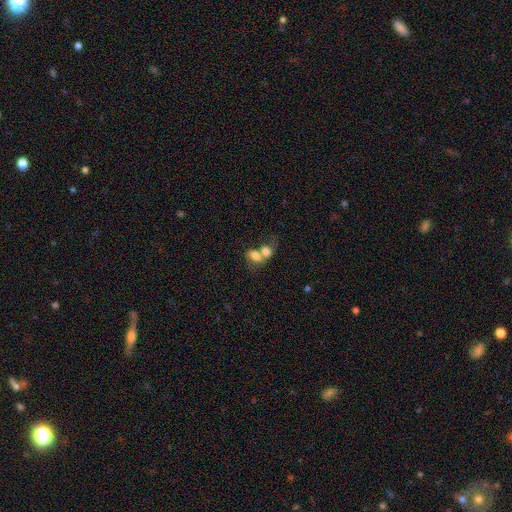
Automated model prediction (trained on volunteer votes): Smooth or featured? smooth (69%)
How rounded? in between (64%)
Merging? merger (76%)